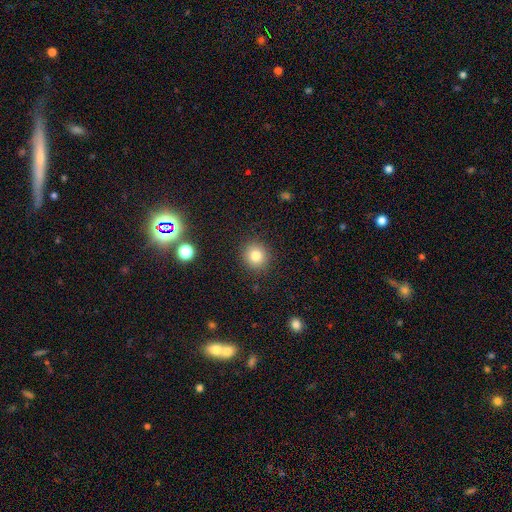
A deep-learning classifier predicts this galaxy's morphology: smooth_or_featured: smooth (p=0.81) [alt: star or artifact p=0.12]
how_rounded: round (p=0.88) [alt: in between p=0.11]
merging: none (p=0.90) [alt: minor disturbance p=0.07]